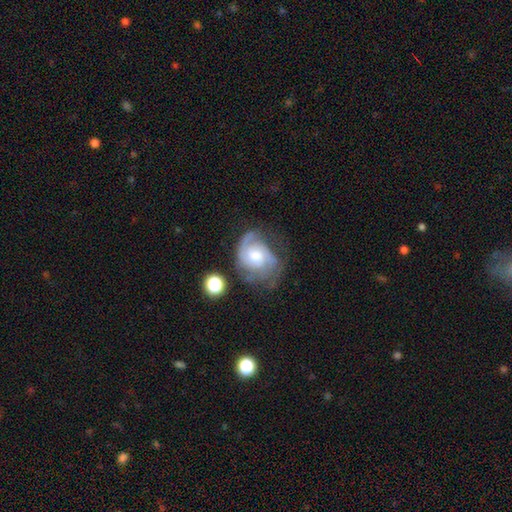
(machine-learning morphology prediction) featured or disk 79%, smooth 15%, star or artifact 6%. Down the decision tree: edge-on disk — no (97%); bar — no (68%); spiral arms — yes (92%); spiral arm count — 2 (40%); spiral winding — tight (48%); bulge size — moderate (67%); merging — none (49%).